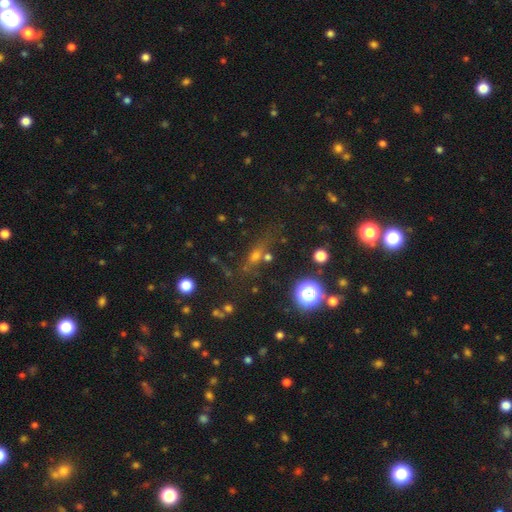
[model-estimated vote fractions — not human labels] smooth-or-featured: star or artifact: 48% | smooth: 33% | featured or disk: 19%